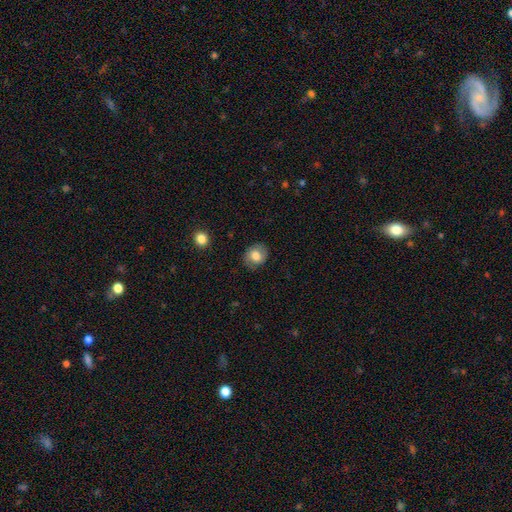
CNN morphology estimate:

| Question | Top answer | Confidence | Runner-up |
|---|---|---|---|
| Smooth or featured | smooth | 74% | featured or disk (18%) |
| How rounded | round | 64% | in between (36%) |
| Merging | none | 79% | minor disturbance (16%) |